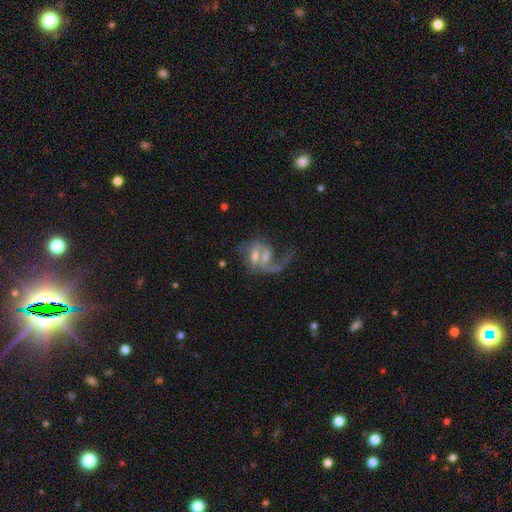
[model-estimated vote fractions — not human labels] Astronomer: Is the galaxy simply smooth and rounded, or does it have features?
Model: featured or disk — 74%.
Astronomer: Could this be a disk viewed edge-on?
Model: no — 97%.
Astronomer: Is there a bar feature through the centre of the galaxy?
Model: no — 50% (runner-up: weak, 37%).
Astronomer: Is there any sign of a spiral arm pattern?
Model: yes — 83%.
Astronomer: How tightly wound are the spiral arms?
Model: loose — 52% (runner-up: medium, 35%).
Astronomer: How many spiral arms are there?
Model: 1 — 54% (runner-up: 2, 30%).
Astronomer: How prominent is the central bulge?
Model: small — 51% (runner-up: moderate, 34%).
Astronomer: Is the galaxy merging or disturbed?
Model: major disturbance — 34% (runner-up: none, 31%).